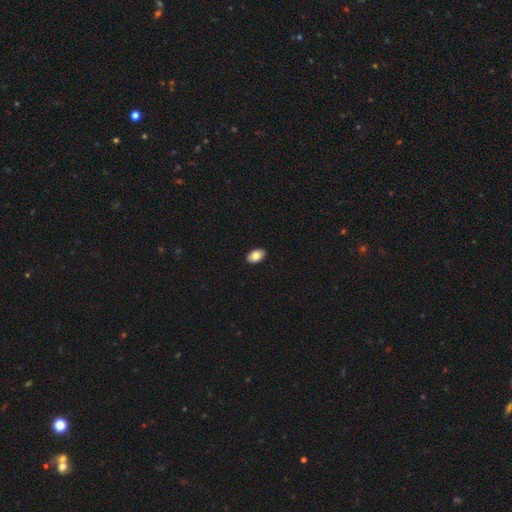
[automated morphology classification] Overall: smooth (81%). How rounded: in between (91%). Merging: none (90%).